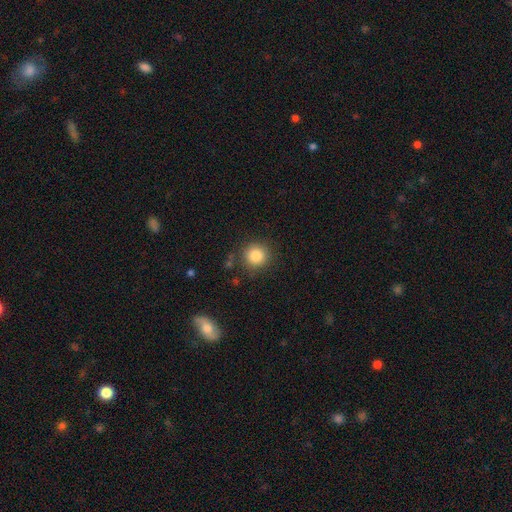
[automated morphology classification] This is clearly a smooth galaxy (85%). How rounded: clearly round (92%). Merging: clearly none (85%).